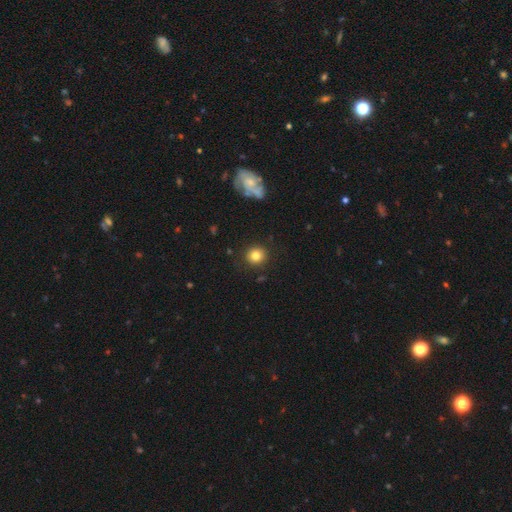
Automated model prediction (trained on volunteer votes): This appears to be a smooth galaxy with no disk features (81%) that is round (90%). Merging: none (89%).